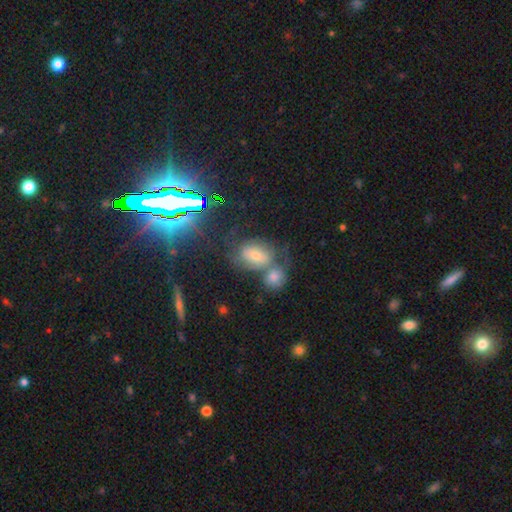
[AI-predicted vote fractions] Smooth or featured: smooth — 42% (star or artifact — 34%)
Merging: none — 47% (merger — 35%)